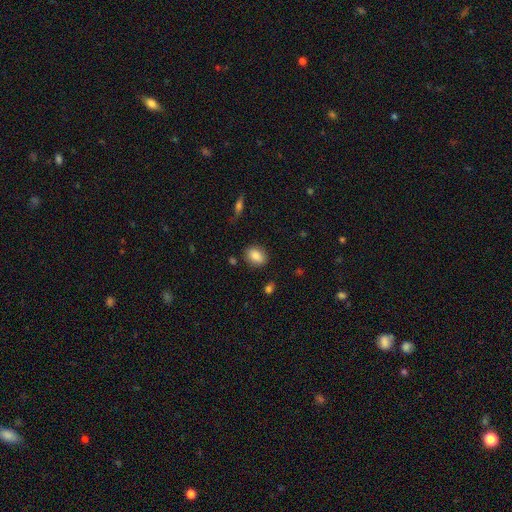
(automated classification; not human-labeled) Morphology: type=smooth (84%); roundness=in between (69%); merging=none (84%).